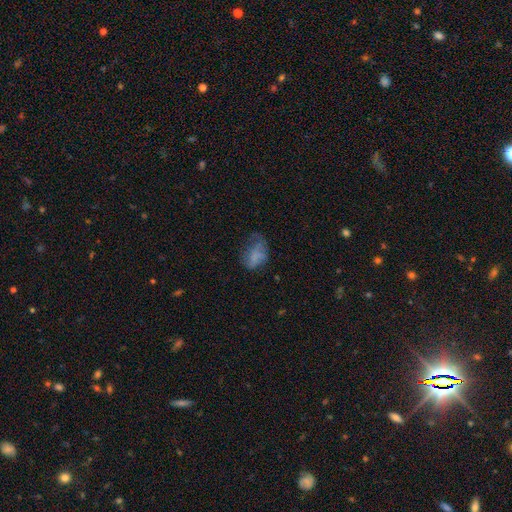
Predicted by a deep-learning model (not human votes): Smooth or featured?
  - smooth: 58% *
  - featured or disk: 29%
  - star or artifact: 13%
How rounded?
  - in between: 83% *
  - round: 15%
  - cigar-shaped: 2%
Merging?
  - major disturbance: 37% *
  - none: 31%
  - minor disturbance: 29%
  - merger: 3%